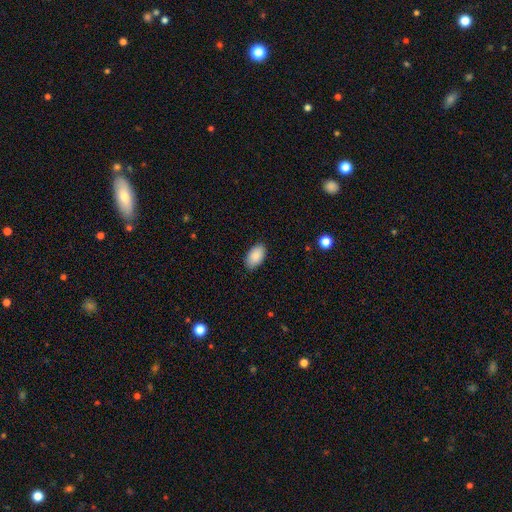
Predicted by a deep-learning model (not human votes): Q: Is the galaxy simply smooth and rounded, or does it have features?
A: smooth — 90%.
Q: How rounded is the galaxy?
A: in between — 95%.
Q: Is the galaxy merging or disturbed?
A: none — 86%.